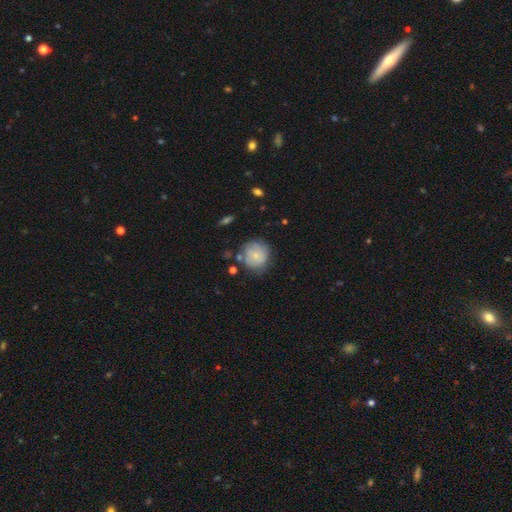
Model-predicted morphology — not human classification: Overall: smooth (54%; featured or disk 39%). How rounded: round (87%). Merging: none (69%).